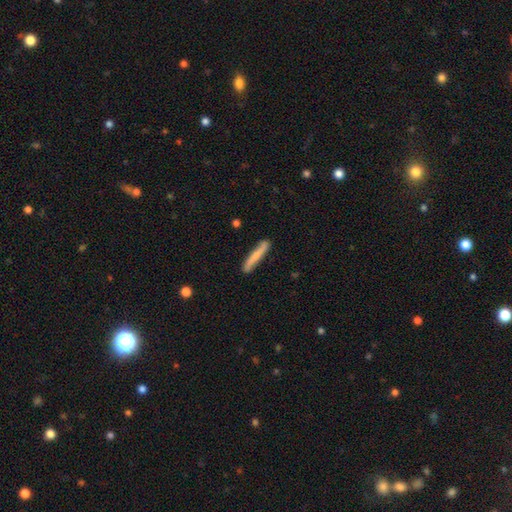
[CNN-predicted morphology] Overall: smooth (65%; featured or disk 30%). How rounded: cigar-shaped (94%). Merging: none (83%).